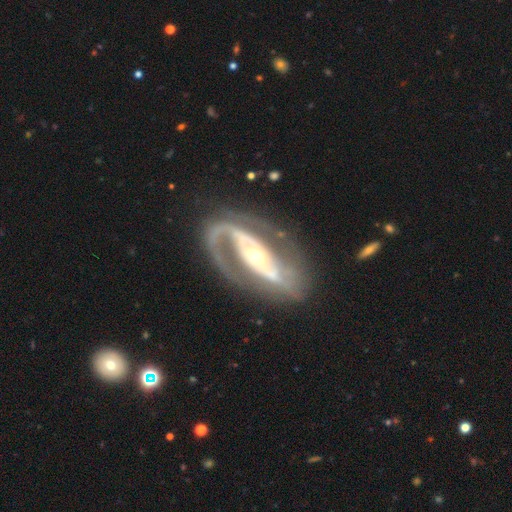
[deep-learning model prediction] Morphology: type=featured or disk (89%); edge-on=no (94%); bar=strong (40%); spiral arms=yes (91%); winding=medium (47%); arm count=2 (78%); bulge=moderate (52%); merging=none (68%).